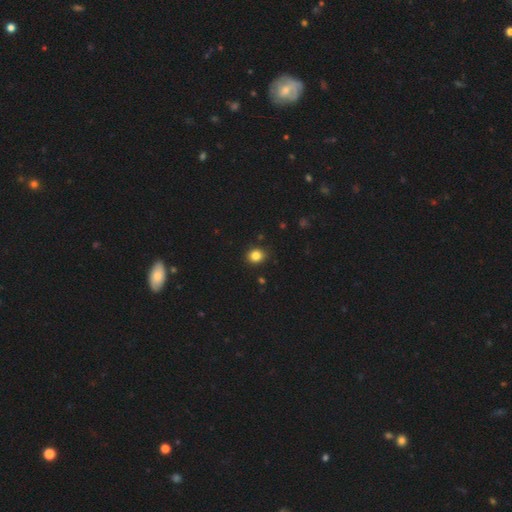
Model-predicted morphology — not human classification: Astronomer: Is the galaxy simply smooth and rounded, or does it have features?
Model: smooth — 84%.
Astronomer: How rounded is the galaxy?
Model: round — 71%.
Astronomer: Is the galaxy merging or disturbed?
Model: none — 89%.